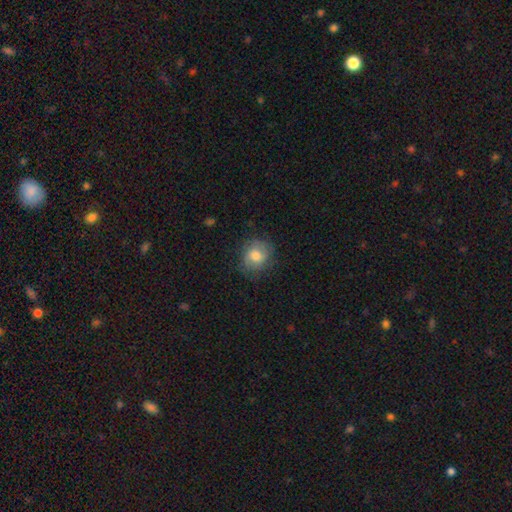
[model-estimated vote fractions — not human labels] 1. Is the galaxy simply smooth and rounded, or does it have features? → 65% smooth, 27% featured or disk, 8% star or artifact.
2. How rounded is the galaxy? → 73% round, 26% in between, 1% cigar-shaped.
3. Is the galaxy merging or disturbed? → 73% none, 18% minor disturbance, 7% major disturbance, 1% merger.